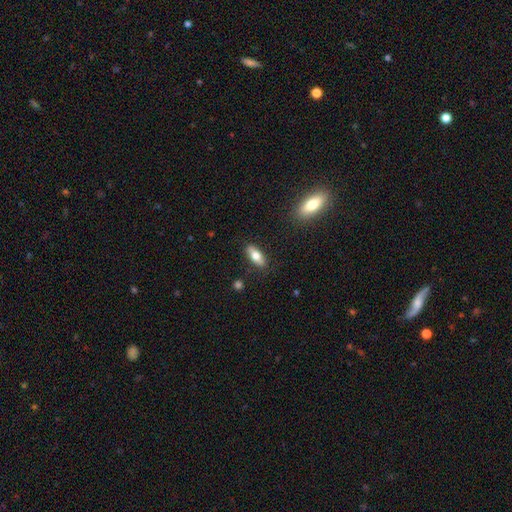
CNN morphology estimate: type=smooth (72%); roundness=in between (75%); merging=none (85%).